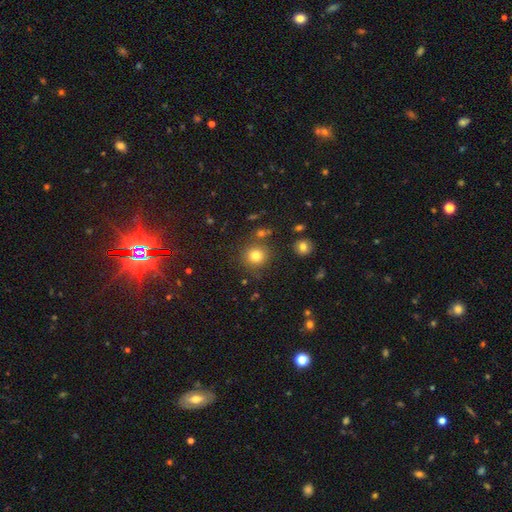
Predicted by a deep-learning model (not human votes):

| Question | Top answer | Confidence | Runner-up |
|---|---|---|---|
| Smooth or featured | smooth | 79% | star or artifact (14%) |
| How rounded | round | 91% | in between (8%) |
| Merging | none | 82% | minor disturbance (9%) |